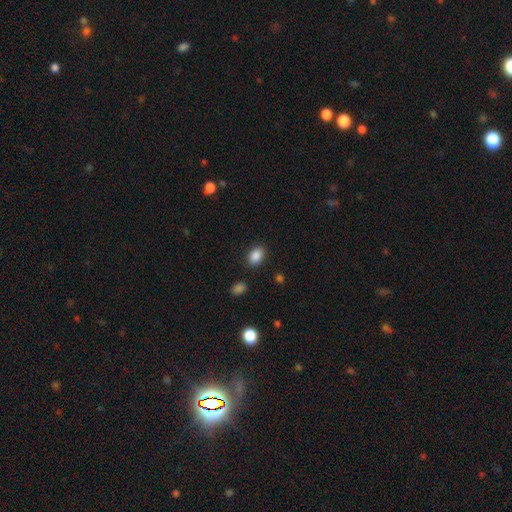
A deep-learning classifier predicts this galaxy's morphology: Overall: smooth (87%). How rounded: in between (80%). Merging: none (86%).